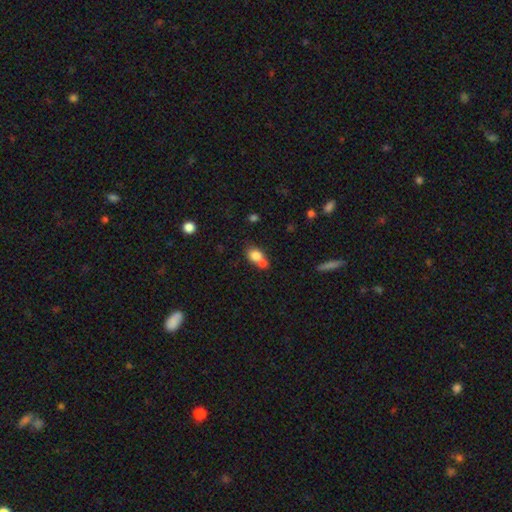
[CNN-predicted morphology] Smooth or featured? smooth (79%)
How rounded? round (50%)
Merging? merger (52%)